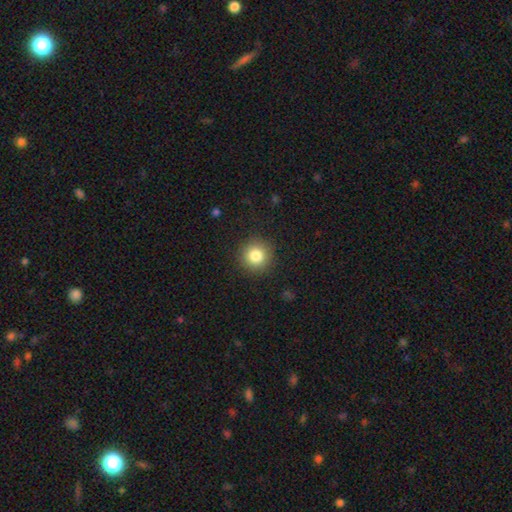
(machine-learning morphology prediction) smooth_or_featured: smooth (p=0.82) [alt: star or artifact p=0.11]
how_rounded: round (p=0.94) [alt: in between p=0.05]
merging: none (p=0.91) [alt: minor disturbance p=0.06]